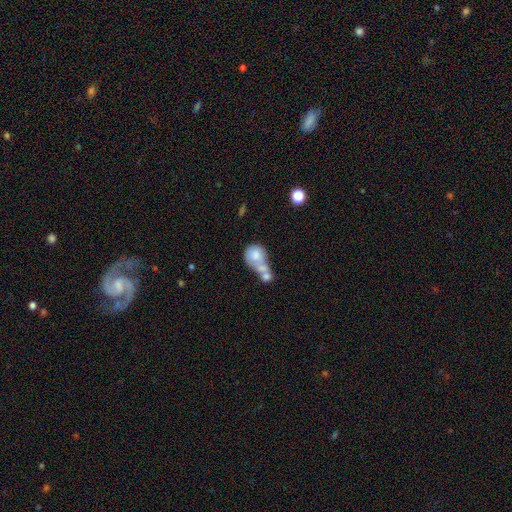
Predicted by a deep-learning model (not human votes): Smooth or featured? smooth (69%)
How rounded? round (62%)
Merging? merger (67%)